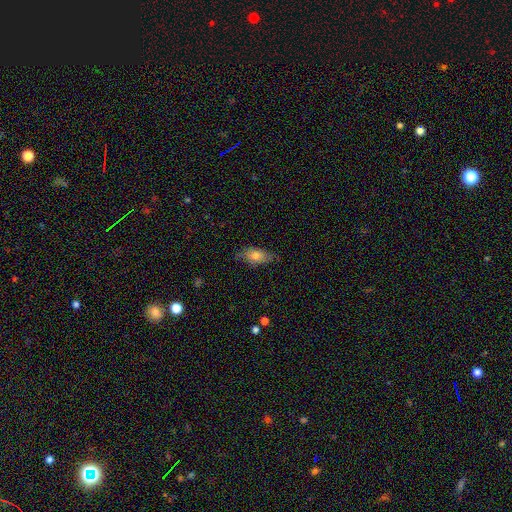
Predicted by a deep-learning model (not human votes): smooth_or_featured: smooth (p=0.66) [alt: featured or disk p=0.26]
how_rounded: in between (p=0.83) [alt: cigar-shaped p=0.11]
merging: none (p=0.65) [alt: minor disturbance p=0.26]